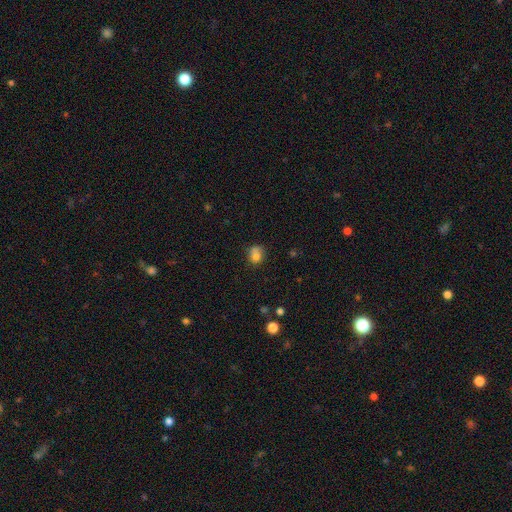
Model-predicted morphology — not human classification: type=smooth (75%); roundness=round (66%); merging=none (43%).